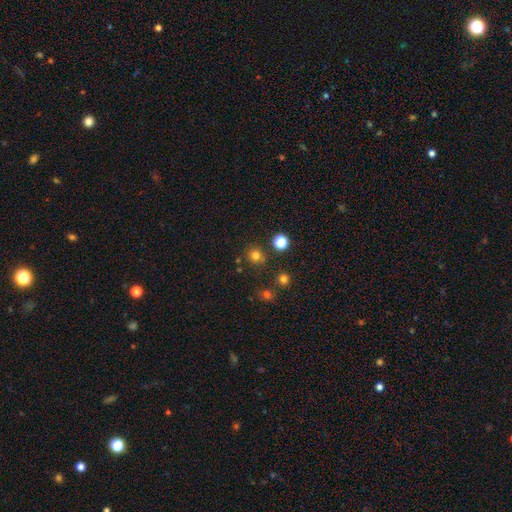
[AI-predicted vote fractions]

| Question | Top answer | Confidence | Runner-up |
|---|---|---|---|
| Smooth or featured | smooth | 74% | star or artifact (20%) |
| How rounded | round | 90% | in between (9%) |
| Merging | none | 80% | minor disturbance (10%) |